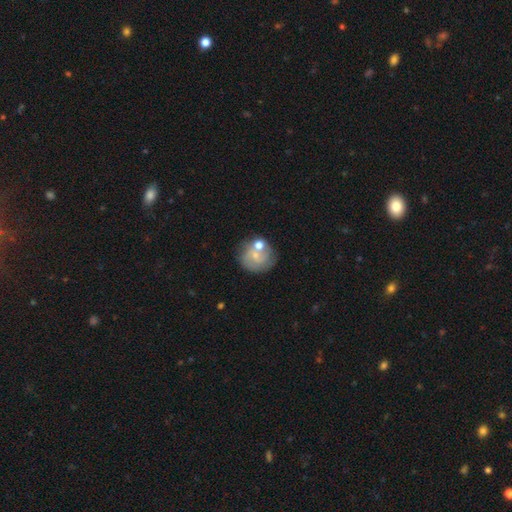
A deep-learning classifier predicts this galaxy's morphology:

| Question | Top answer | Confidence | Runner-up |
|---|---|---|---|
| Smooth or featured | smooth | 51% | featured or disk (41%) |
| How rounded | round | 85% | in between (14%) |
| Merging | none | 53% | merger (24%) |